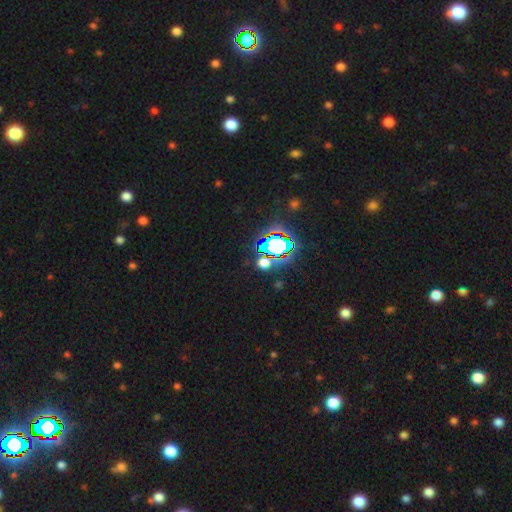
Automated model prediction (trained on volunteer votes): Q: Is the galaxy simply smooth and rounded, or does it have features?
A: star or artifact — 82%.